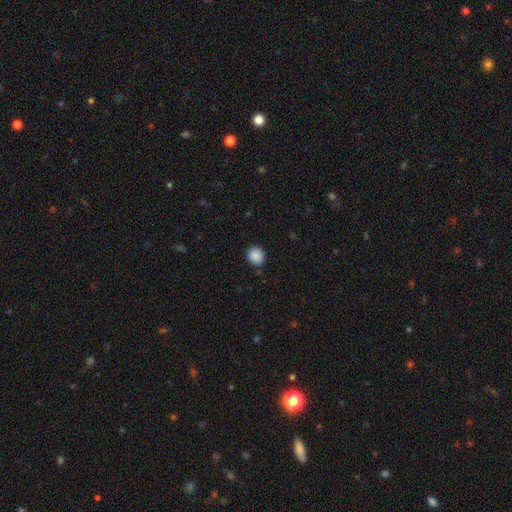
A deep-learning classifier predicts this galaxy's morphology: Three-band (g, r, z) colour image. It shows a smooth galaxy with no disk features (88%) that is round (84%). Merging: none (86%).